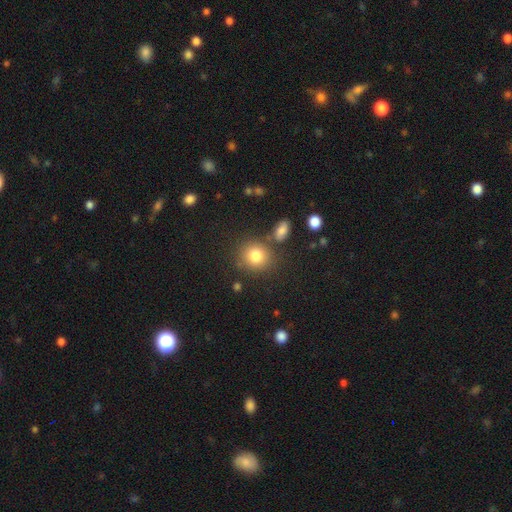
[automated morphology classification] Overall: smooth (81%). How rounded: round (83%). Merging: none (77%).